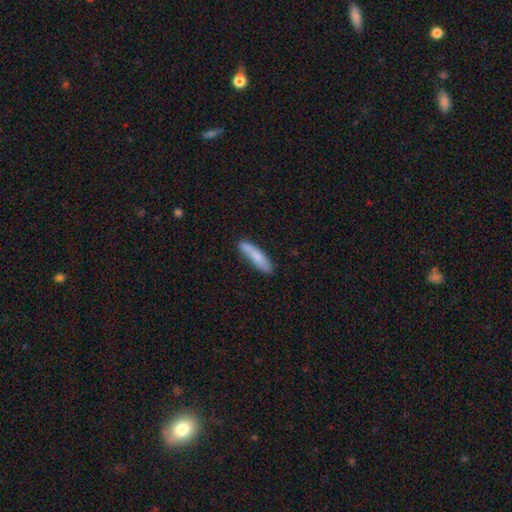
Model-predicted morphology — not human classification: Smooth or featured? Predicted: smooth (p=0.78). How rounded? Predicted: cigar-shaped (p=0.80). Merging? Predicted: none (p=0.73).